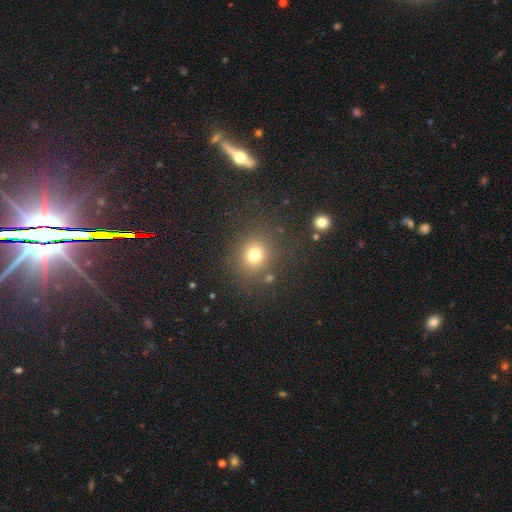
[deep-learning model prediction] Smooth or featured? Predicted: smooth (p=0.71). How rounded? Predicted: round (p=0.84). Merging? Predicted: none (p=0.83).